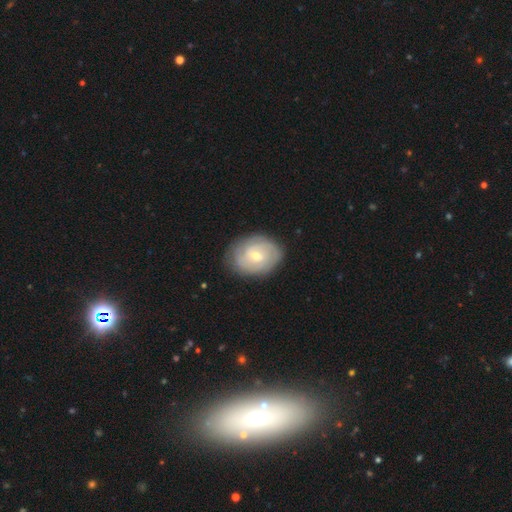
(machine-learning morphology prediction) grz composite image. It shows a featured or disk galaxy (67%) with a weak bar (48%), 2 (38%) tight (66%) spiral arms (86%) and a small central bulge (54%). Merging: none (80%).